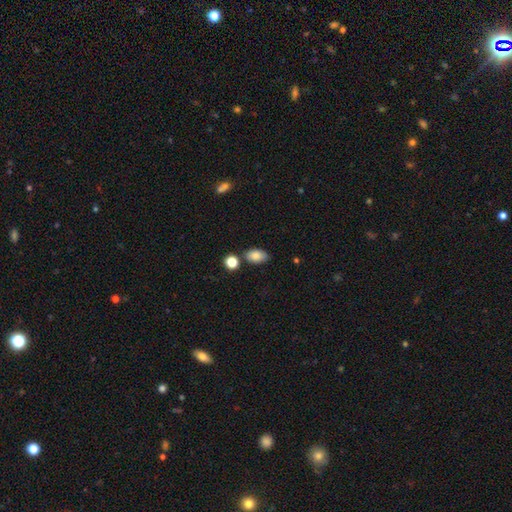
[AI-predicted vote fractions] smooth 84%, star or artifact 9%, featured or disk 7%. Down the decision tree: how rounded — in between (90%); merging — none (77%).